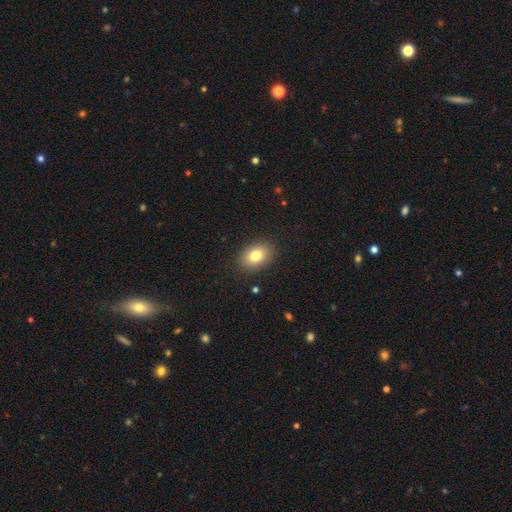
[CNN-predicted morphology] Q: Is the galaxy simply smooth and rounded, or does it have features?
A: smooth — 81%.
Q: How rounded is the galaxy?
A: in between — 79%.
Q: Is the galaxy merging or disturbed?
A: none — 88%.